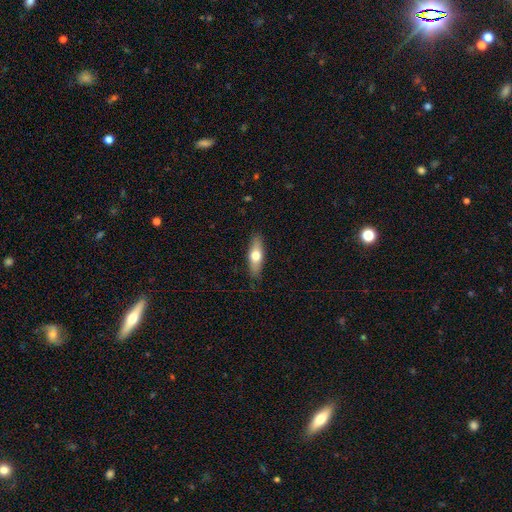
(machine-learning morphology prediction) smooth 61%, featured or disk 33%, star or artifact 6%. Down the decision tree: how rounded — in between (52%); merging — none (85%).